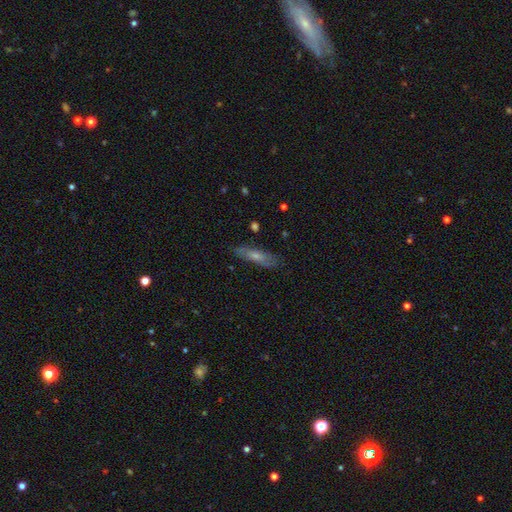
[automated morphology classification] A featured or disk galaxy (46%).

Vote fractions:
- Smooth or featured? featured or disk: 46% / smooth: 43% / star or artifact: 12%
- Merging? none: 83% / minor disturbance: 13% / major disturbance: 3% / merger: 1%